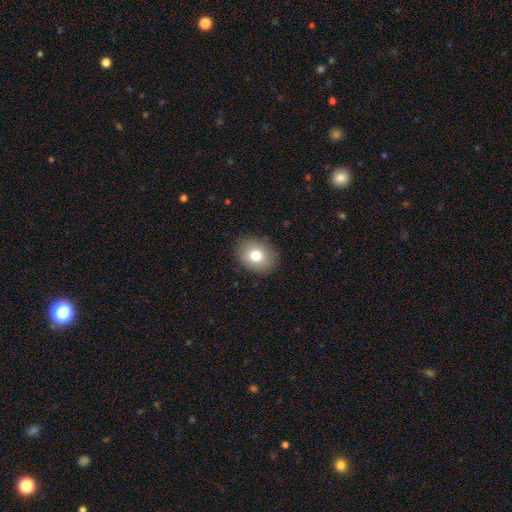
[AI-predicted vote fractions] Morphology: type=smooth (78%); roundness=in between (51%); merging=none (88%).